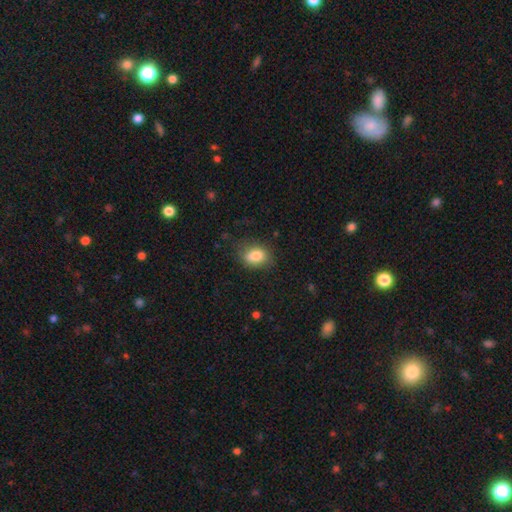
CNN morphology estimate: Smooth or featured? smooth (82%)
How rounded? in between (70%)
Merging? none (70%)